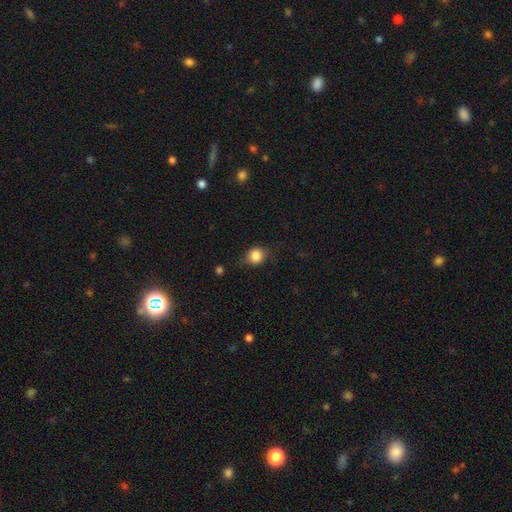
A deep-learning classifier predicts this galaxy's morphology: Q: Smooth or featured?
A: smooth (82%); runner-up: star or artifact (10%)
Q: How rounded?
A: round (73%); runner-up: in between (25%)
Q: Merging?
A: none (69%); runner-up: minor disturbance (22%)